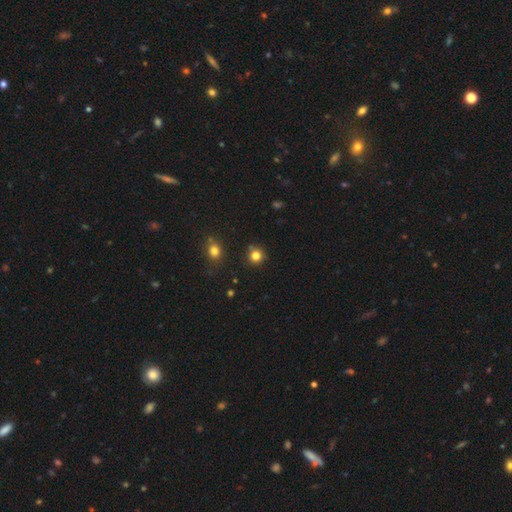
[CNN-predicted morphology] A smooth galaxy with no disk features (79%) that is round (92%).

Vote fractions:
- Smooth or featured? smooth: 79% / star or artifact: 16% / featured or disk: 5%
- How rounded? round: 92% / in between: 7% / cigar-shaped: 1%
- Merging? none: 81% / minor disturbance: 11% / merger: 4% / major disturbance: 3%